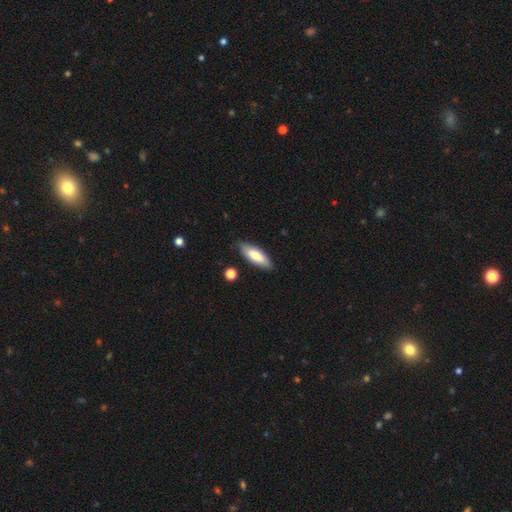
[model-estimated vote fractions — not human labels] Smooth or featured: smooth — 75% (featured or disk — 19%)
How rounded: in between — 62% (cigar-shaped — 36%)
Merging: none — 82% (minor disturbance — 14%)